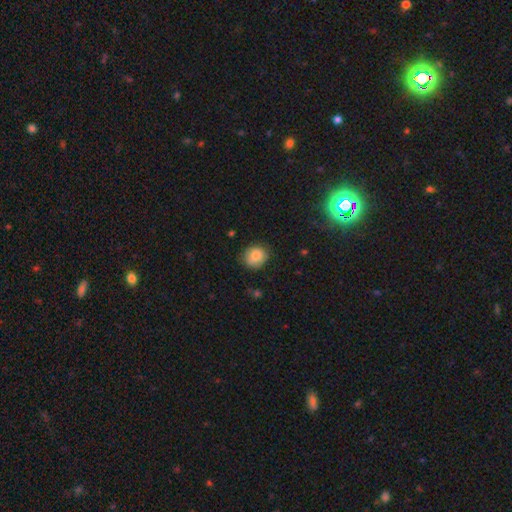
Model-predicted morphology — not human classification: This is clearly a smooth galaxy (82%). How rounded: likely round (74%). Merging: likely none (78%).